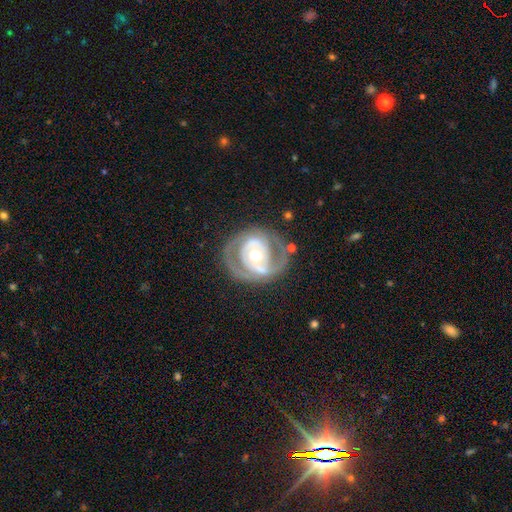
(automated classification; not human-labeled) Smooth or featured? featured or disk (81%)
Edge-on disk? no (97%)
Bar? no (61%)
Spiral arms? yes (74%)
Spiral winding? tight (50%)
Spiral arm count? 2 (65%)
Bulge size? moderate (72%)
Merging? none (64%)